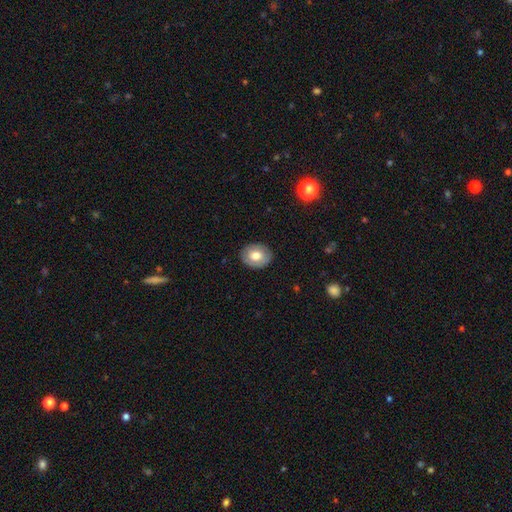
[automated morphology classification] Smooth or featured? Predicted: smooth (p=0.69). How rounded? Predicted: in between (p=0.54). Merging? Predicted: none (p=0.86).